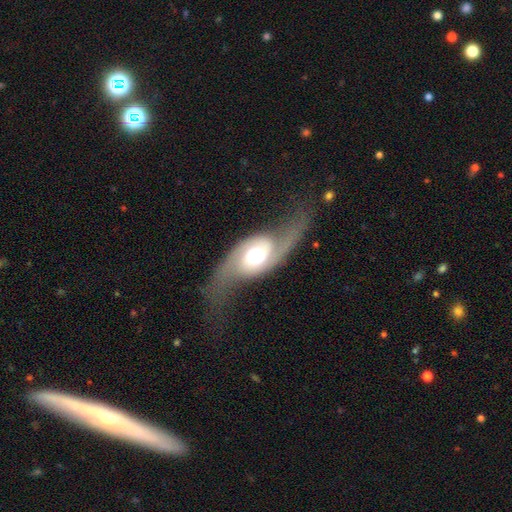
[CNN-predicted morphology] Smooth or featured? featured or disk (85%)
Edge-on disk? no (94%)
Bar? no (63%)
Spiral arms? yes (95%)
Spiral winding? loose (70%)
Spiral arm count? 2 (94%)
Bulge size? moderate (52%)
Merging? none (62%)